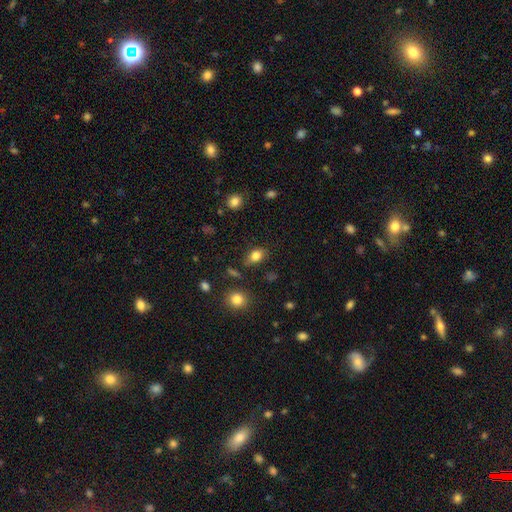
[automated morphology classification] Q: Smooth or featured?
A: smooth (81%); runner-up: star or artifact (10%)
Q: How rounded?
A: in between (79%); runner-up: round (19%)
Q: Merging?
A: none (81%); runner-up: minor disturbance (13%)